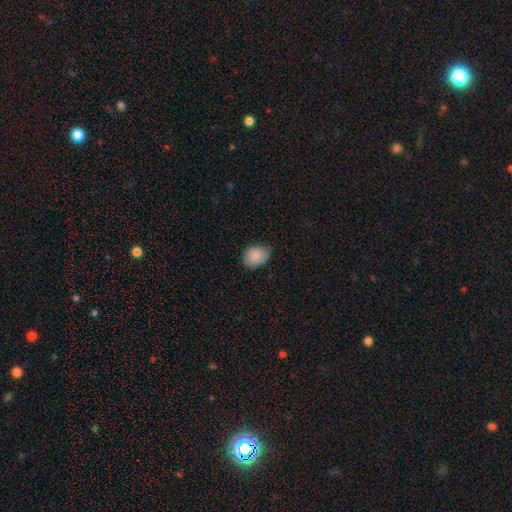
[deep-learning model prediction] A smooth galaxy with no disk features (86%) that is in between round and cigar-shaped (61%).

Vote fractions:
- Smooth or featured? smooth: 86% / star or artifact: 7% / featured or disk: 7%
- How rounded? in between: 61% / round: 38% / cigar-shaped: 1%
- Merging? none: 69% / minor disturbance: 26% / major disturbance: 4% / merger: 1%